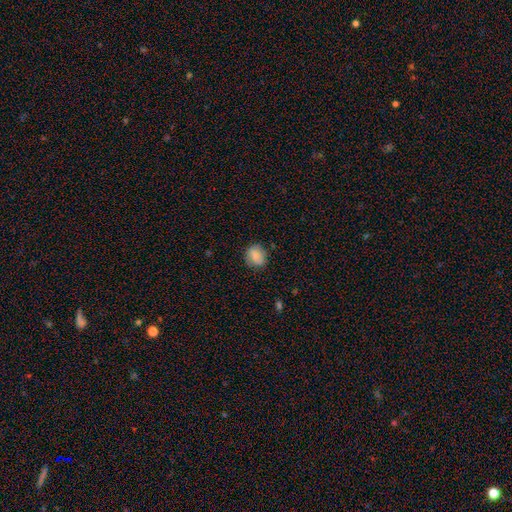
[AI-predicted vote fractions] Q: Smooth or featured?
A: smooth (83%); runner-up: featured or disk (9%)
Q: How rounded?
A: round (67%); runner-up: in between (32%)
Q: Merging?
A: none (79%); runner-up: minor disturbance (16%)